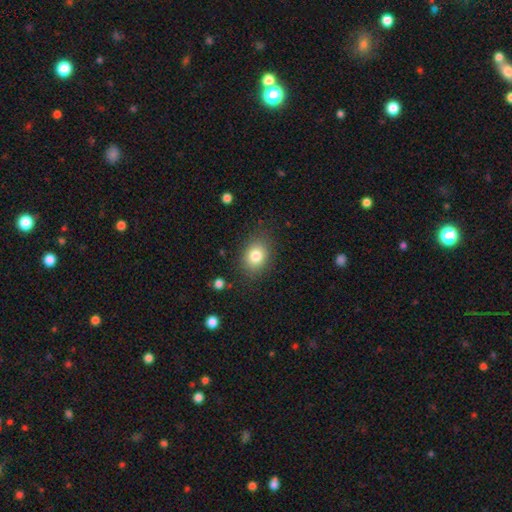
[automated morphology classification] Q: Smooth or featured?
A: smooth (81%); runner-up: star or artifact (10%)
Q: How rounded?
A: in between (57%); runner-up: round (42%)
Q: Merging?
A: none (84%); runner-up: minor disturbance (11%)